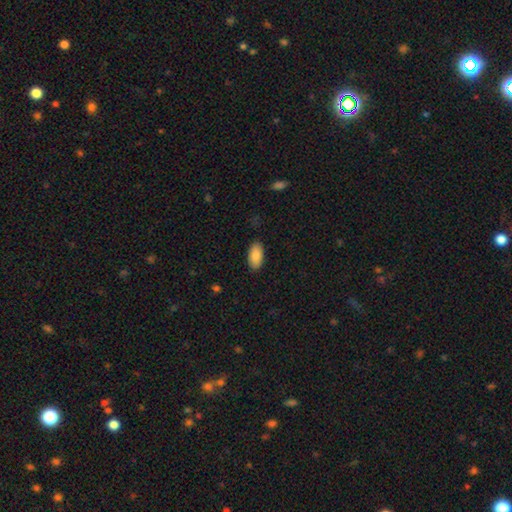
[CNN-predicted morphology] A smooth galaxy with no disk features (88%) that is in between round and cigar-shaped (94%).

Vote fractions:
- Smooth or featured? smooth: 88% / star or artifact: 6% / featured or disk: 6%
- How rounded? in between: 94% / cigar-shaped: 4% / round: 2%
- Merging? none: 88% / minor disturbance: 9% / major disturbance: 2% / merger: 1%